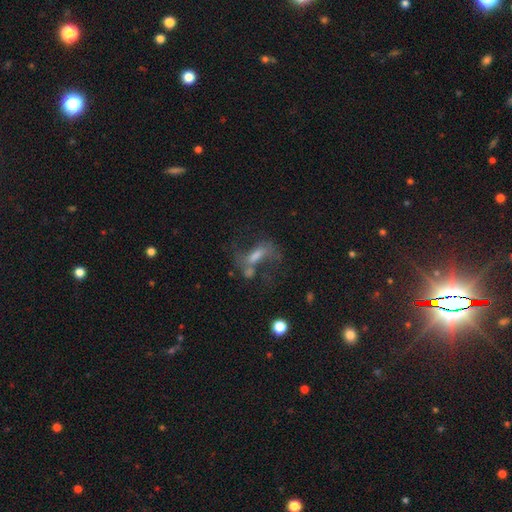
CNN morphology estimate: featured or disk 59%, smooth 25%, star or artifact 16%. Down the decision tree: edge-on disk — no (90%); bar — weak (41%); spiral arms — yes (67%); bulge size — moderate (39%); merging — none (38%).